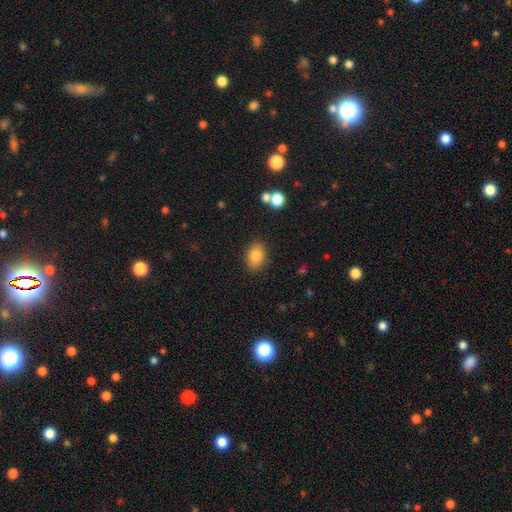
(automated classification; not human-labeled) Smooth or featured? smooth (80%)
How rounded? in between (74%)
Merging? none (86%)